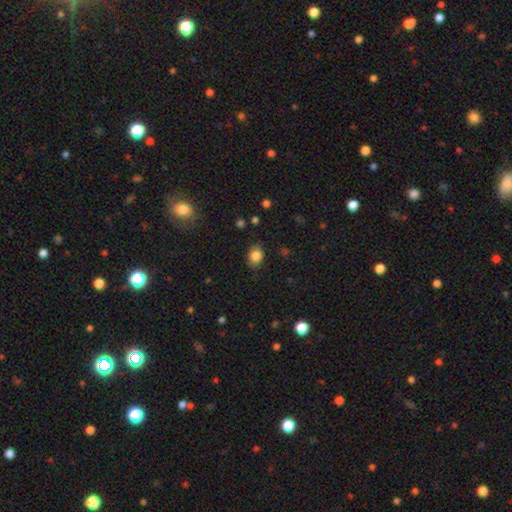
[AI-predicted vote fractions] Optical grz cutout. It shows a smooth galaxy with no disk features (84%) that is in between round and cigar-shaped (57%). Merging: none (79%).